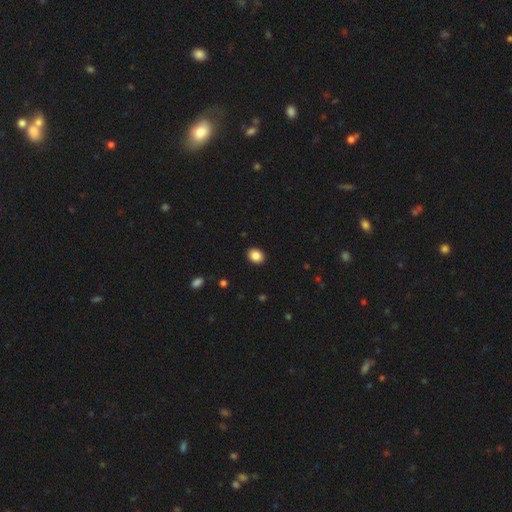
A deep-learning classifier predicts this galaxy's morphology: Smooth or featured?
  - smooth: 88% *
  - star or artifact: 9%
  - featured or disk: 4%
How rounded?
  - in between: 55% *
  - round: 44%
  - cigar-shaped: 1%
Merging?
  - none: 91% *
  - minor disturbance: 6%
  - major disturbance: 2%
  - merger: 1%